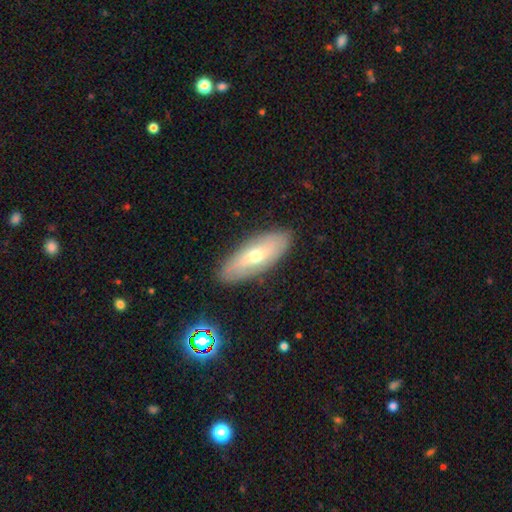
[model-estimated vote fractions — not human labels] Morphology: type=smooth (48%); merging=none (87%).